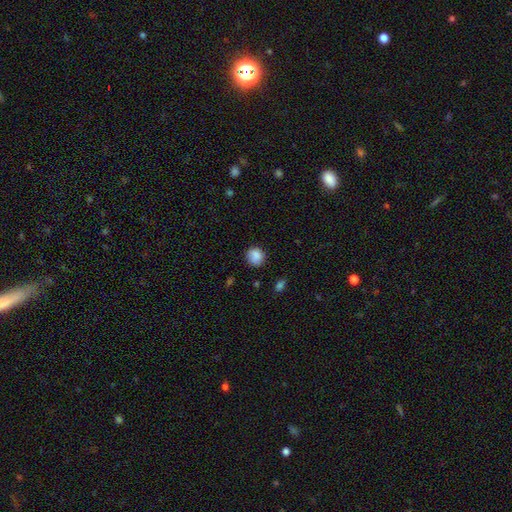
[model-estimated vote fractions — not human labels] Smooth or featured? smooth (86%)
How rounded? round (83%)
Merging? none (77%)